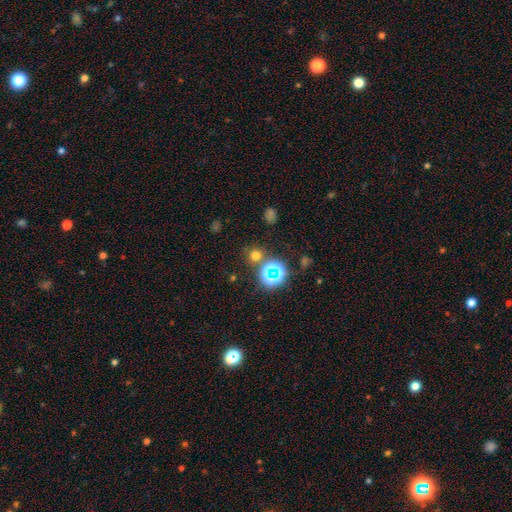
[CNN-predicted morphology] A smooth galaxy with no disk features (59%) that is round (89%).

Vote fractions:
- Smooth or featured? smooth: 59% / star or artifact: 34% / featured or disk: 7%
- How rounded? round: 89% / in between: 9% / cigar-shaped: 1%
- Merging? none: 78% / merger: 10% / minor disturbance: 8% / major disturbance: 4%